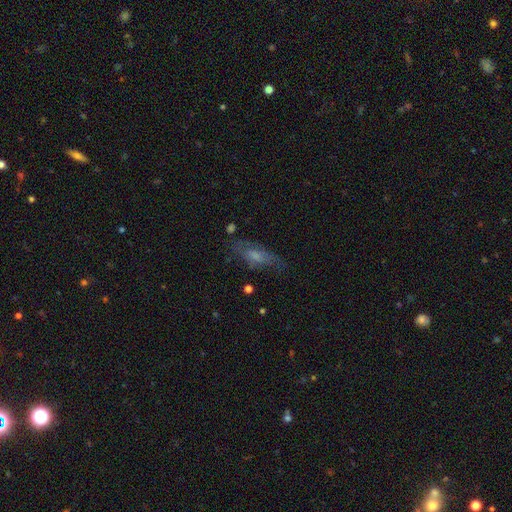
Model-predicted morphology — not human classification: Smooth or featured? smooth (47%)
Merging? none (61%)